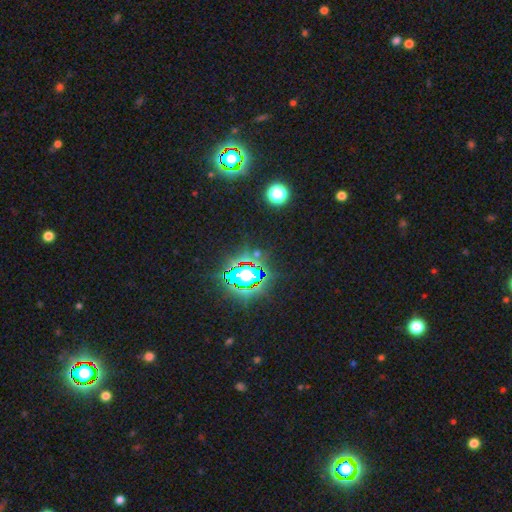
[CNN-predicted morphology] This is likely a star or artifact rather than a galaxy (75%).